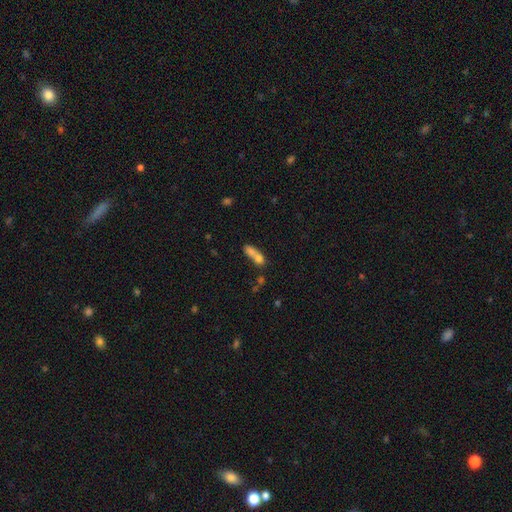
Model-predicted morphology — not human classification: smooth_or_featured: smooth (p=0.68) [alt: featured or disk p=0.20]
how_rounded: in between (p=0.55) [alt: round p=0.23]
merging: merger (p=0.65) [alt: none p=0.21]